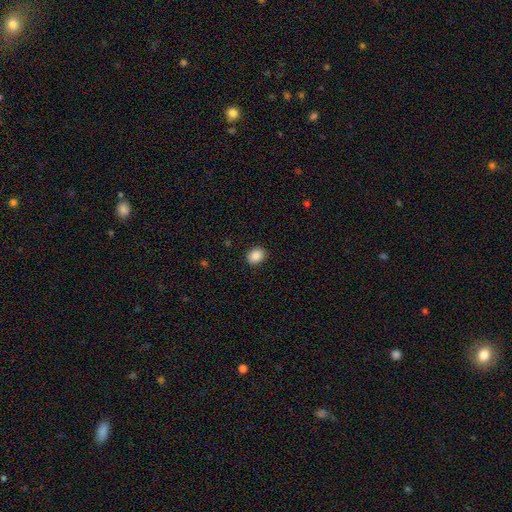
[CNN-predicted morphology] Smooth or featured: smooth — 89% (star or artifact — 8%)
How rounded: in between — 64% (round — 35%)
Merging: none — 89% (minor disturbance — 8%)